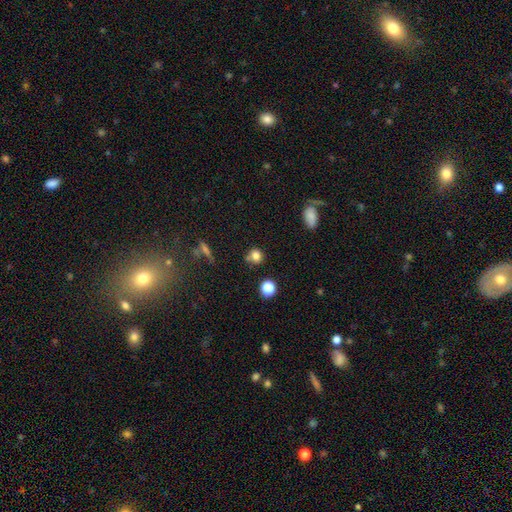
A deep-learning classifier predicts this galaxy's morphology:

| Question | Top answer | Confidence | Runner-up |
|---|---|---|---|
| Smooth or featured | smooth | 79% | star or artifact (14%) |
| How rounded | round | 84% | in between (15%) |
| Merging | none | 68% | merger (14%) |